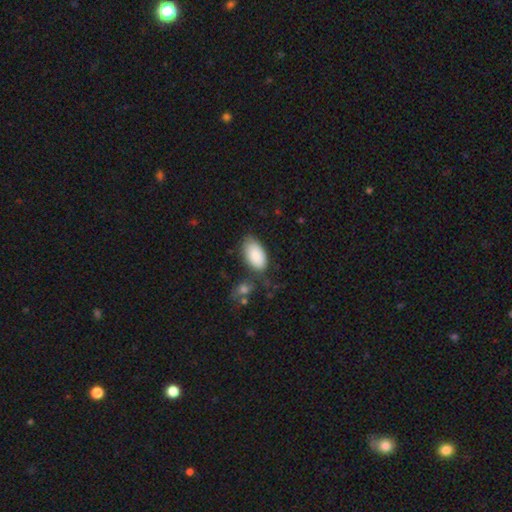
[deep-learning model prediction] smooth 86%, featured or disk 8%, star or artifact 6%. Down the decision tree: how rounded — in between (95%); merging — none (67%).